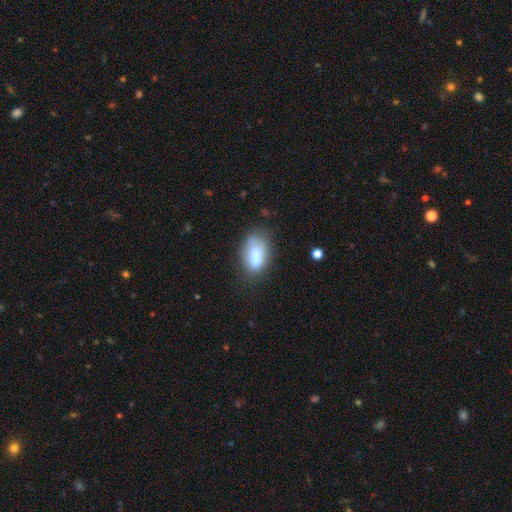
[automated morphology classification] This is likely a smooth galaxy (79%). How rounded: clearly in between (91%). Merging: possibly none (59%).